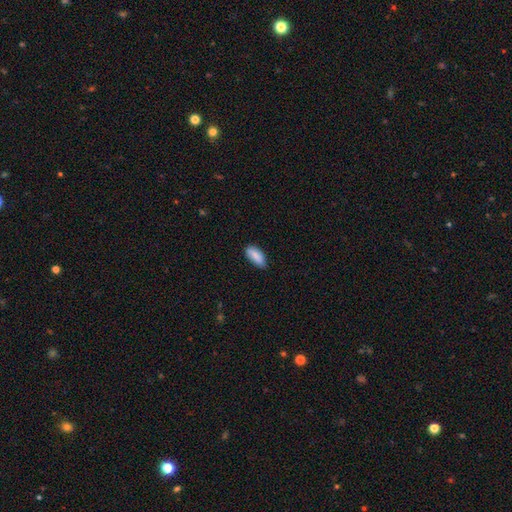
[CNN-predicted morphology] A smooth galaxy with no disk features (86%) that is in between round and cigar-shaped (85%).

Vote fractions:
- Smooth or featured? smooth: 86% / featured or disk: 8% / star or artifact: 6%
- How rounded? in between: 85% / cigar-shaped: 13% / round: 2%
- Merging? none: 75% / minor disturbance: 21% / major disturbance: 3% / merger: 2%